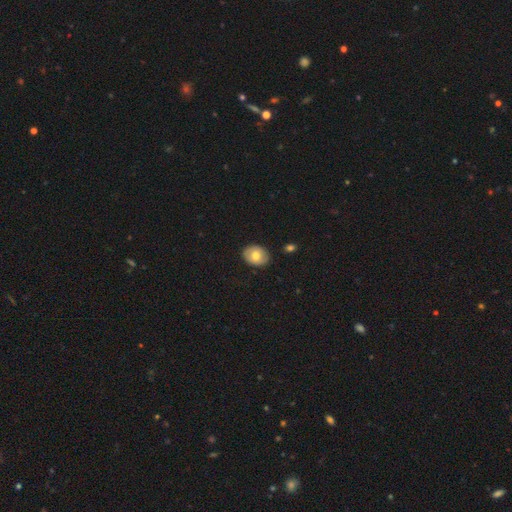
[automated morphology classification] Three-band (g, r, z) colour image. It shows a smooth galaxy with no disk features (70%) that is in between round and cigar-shaped (59%). Merging: none (86%).